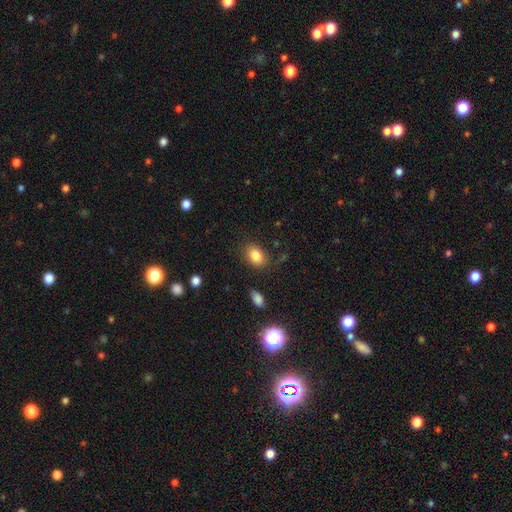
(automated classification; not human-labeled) Smooth or featured: smooth — 83% (star or artifact — 9%)
How rounded: in between — 74% (round — 25%)
Merging: none — 81% (minor disturbance — 13%)